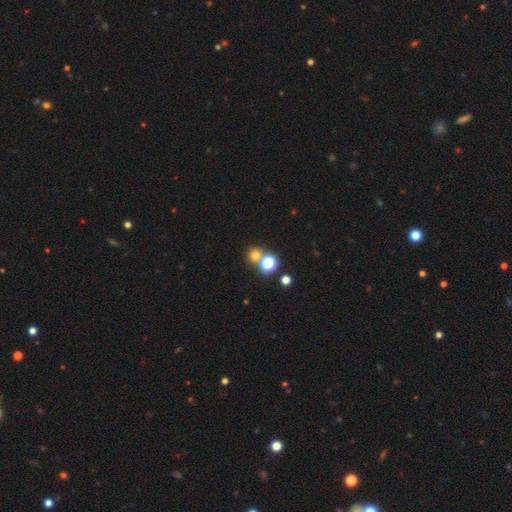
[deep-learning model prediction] Morphology: type=smooth (68%); roundness=round (89%); merging=none (64%).